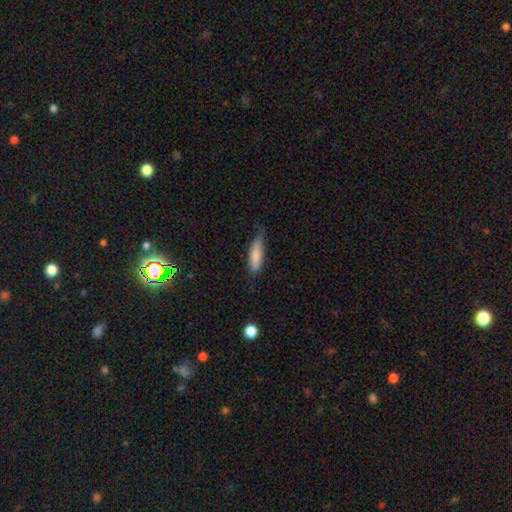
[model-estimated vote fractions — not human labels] Smooth or featured: smooth — 78% (featured or disk — 16%)
How rounded: cigar-shaped — 52% (in between — 47%)
Merging: none — 60% (minor disturbance — 32%)